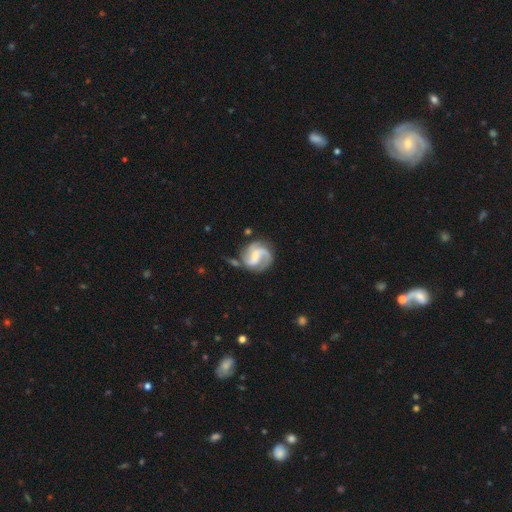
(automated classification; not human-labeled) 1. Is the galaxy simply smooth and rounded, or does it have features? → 86% featured or disk, 9% smooth, 5% star or artifact.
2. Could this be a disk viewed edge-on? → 98% no, 2% yes.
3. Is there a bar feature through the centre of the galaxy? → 47% weak, 33% no, 20% strong.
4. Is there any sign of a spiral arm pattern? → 97% yes, 3% no.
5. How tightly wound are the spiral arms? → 52% medium, 25% loose, 23% tight.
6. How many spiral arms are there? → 56% 2, 27% 3, 7% can't tell, 5% 1, 3% 4, 2% more than 4.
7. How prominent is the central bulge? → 57% small, 31% moderate, 8% none, 2% large, 1% dominant.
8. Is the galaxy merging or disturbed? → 64% none, 19% minor disturbance, 10% major disturbance, 7% merger.